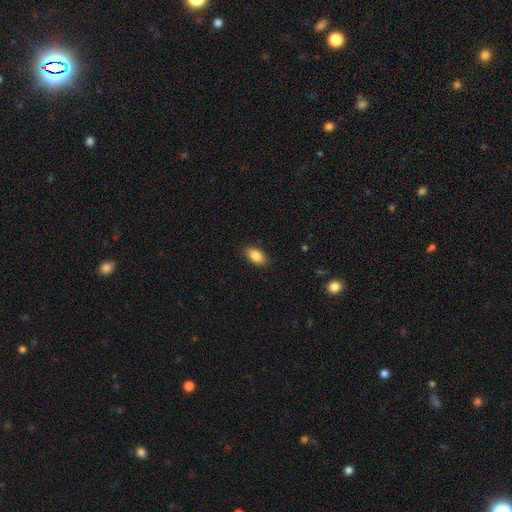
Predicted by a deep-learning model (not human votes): Smooth or featured? smooth (87%)
How rounded? in between (92%)
Merging? none (88%)